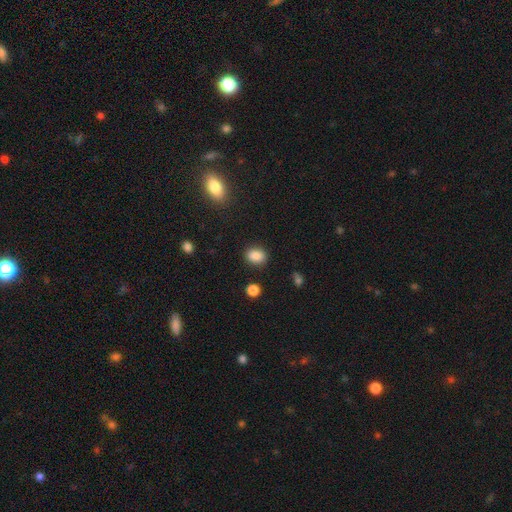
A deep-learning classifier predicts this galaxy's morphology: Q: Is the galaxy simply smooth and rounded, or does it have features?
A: smooth — 87%.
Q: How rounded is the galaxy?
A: in between — 64%.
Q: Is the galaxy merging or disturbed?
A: none — 85%.